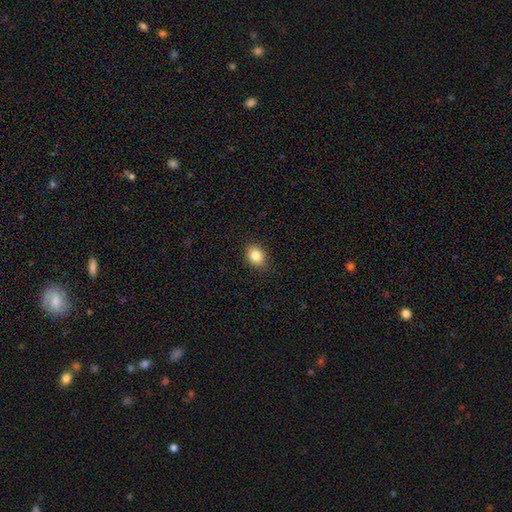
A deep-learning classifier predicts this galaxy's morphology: Overall: smooth (85%). How rounded: in between (60%; round 39%). Merging: none (88%).